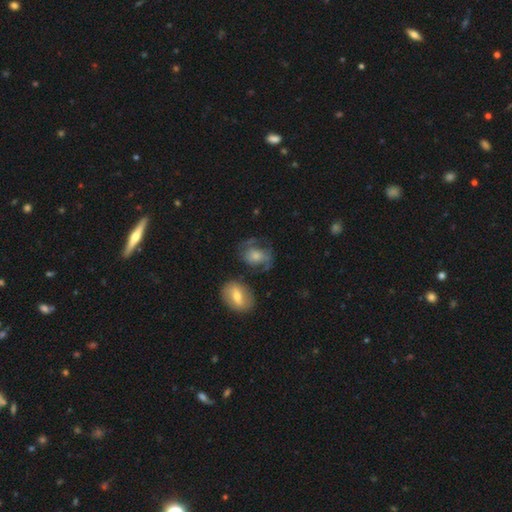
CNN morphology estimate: type=featured or disk (46%, tied with smooth); merging=none (47%).